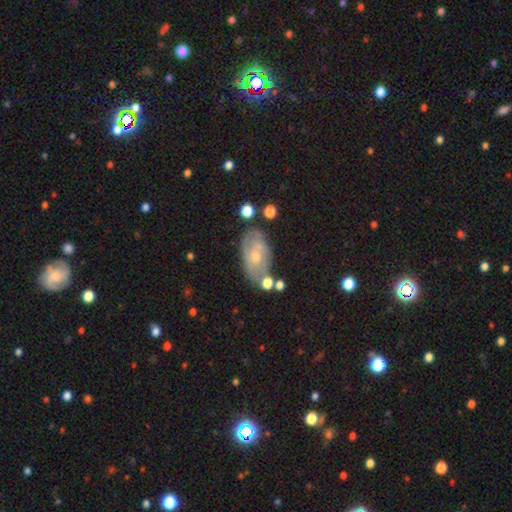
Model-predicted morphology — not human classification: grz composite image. It shows a featured or disk galaxy (58%) with no bar (75%), spiral arms (68%) and a small central bulge (65%). Merging: none (61%).